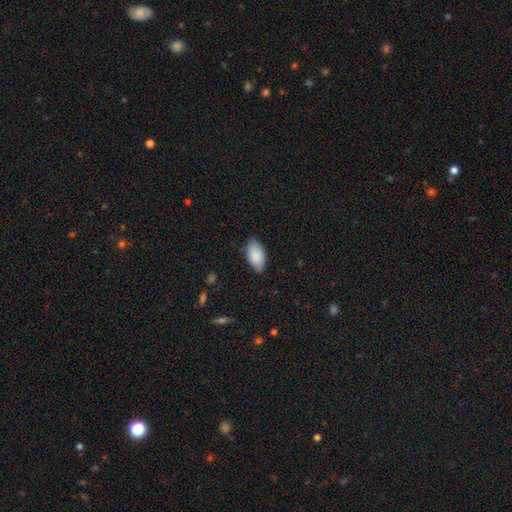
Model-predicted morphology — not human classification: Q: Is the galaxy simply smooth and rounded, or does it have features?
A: smooth — 87%.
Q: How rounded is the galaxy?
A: in between — 95%.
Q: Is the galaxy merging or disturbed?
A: none — 78%.